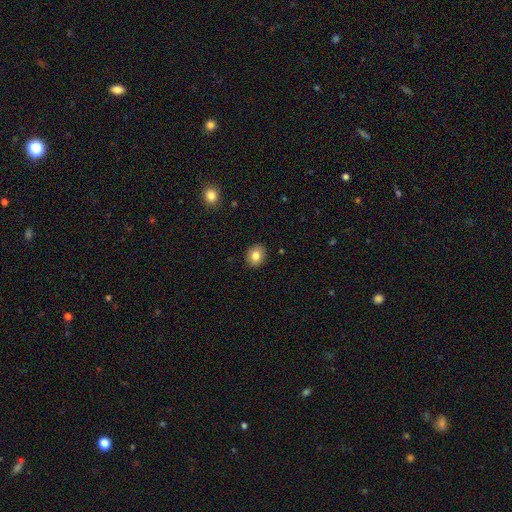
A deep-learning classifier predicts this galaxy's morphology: Smooth or featured? smooth (82%)
How rounded? round (60%)
Merging? none (90%)